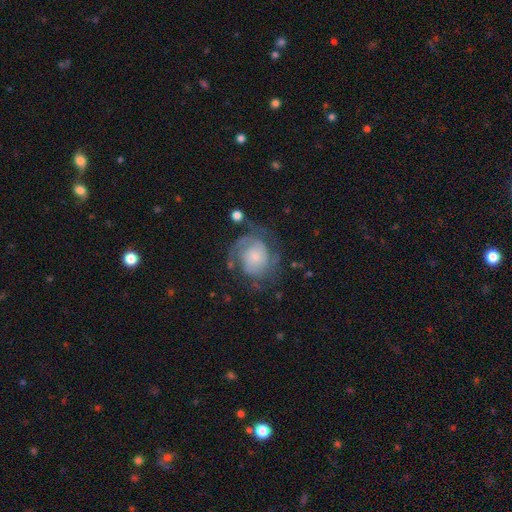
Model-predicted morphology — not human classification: Smooth or featured: featured or disk — 75% (smooth — 18%)
Edge-on disk: no — 98% (yes — 2%)
Bar: no — 75% (weak — 21%)
Spiral arms: yes — 90% (no — 10%)
Spiral winding: tight — 53% (medium — 35%)
Spiral arm count: 2 — 47% (can't tell — 26%)
Bulge size: small — 53% (moderate — 27%)
Merging: none — 62% (minor disturbance — 19%)